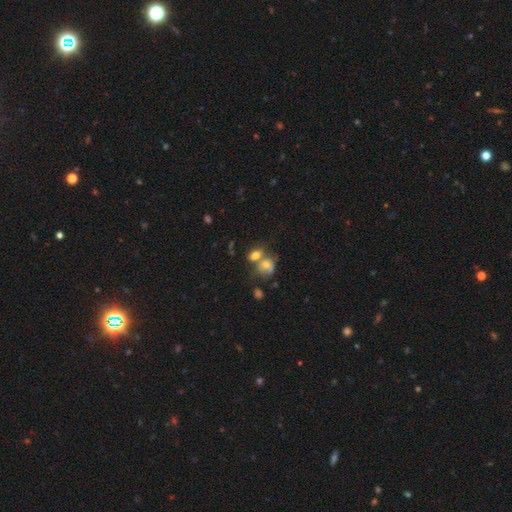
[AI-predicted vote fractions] This appears to be a smooth galaxy with no disk features (70%) that is in between round and cigar-shaped (66%). Merging: merger (51%).